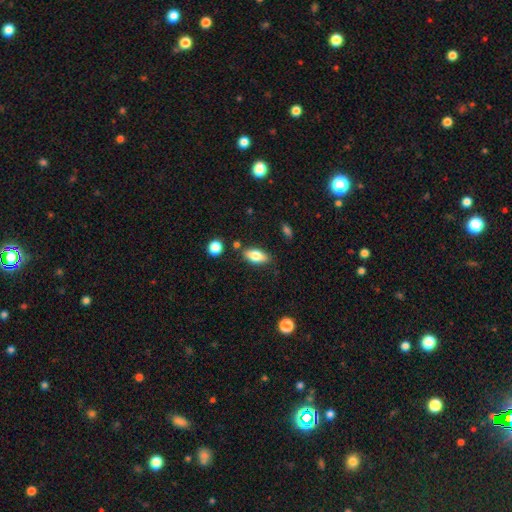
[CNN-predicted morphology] smooth-or-featured: smooth: 78% | featured or disk: 15% | star or artifact: 7%
  how-rounded: in between: 87% | cigar-shaped: 9% | round: 4%
  merging: none: 81% | minor disturbance: 12% | merger: 4% | major disturbance: 3%